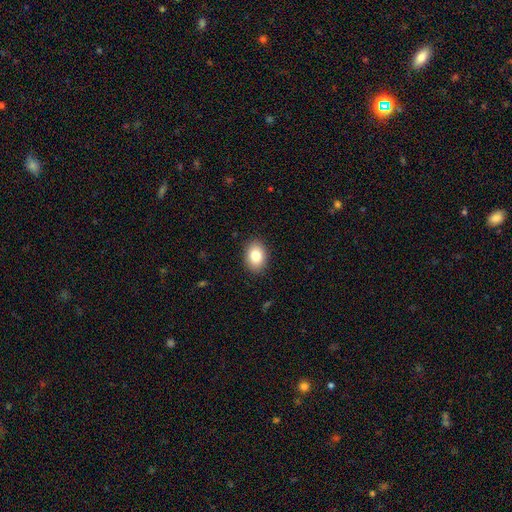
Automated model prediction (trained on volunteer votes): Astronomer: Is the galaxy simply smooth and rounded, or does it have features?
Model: smooth — 83%.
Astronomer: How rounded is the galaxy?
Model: in between — 71%.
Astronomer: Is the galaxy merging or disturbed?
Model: none — 89%.